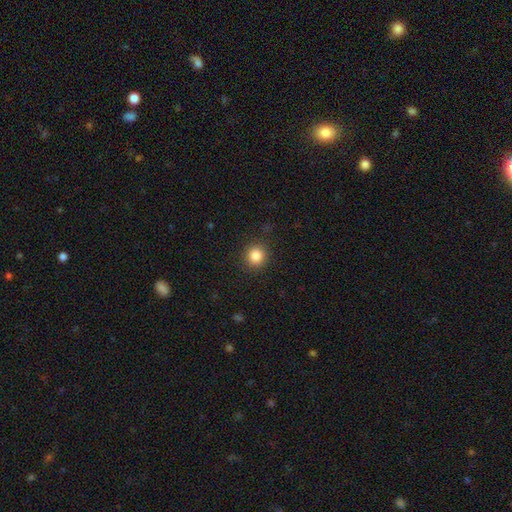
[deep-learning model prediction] A smooth galaxy with no disk features (85%) that is round (90%). Merging: none (90%).